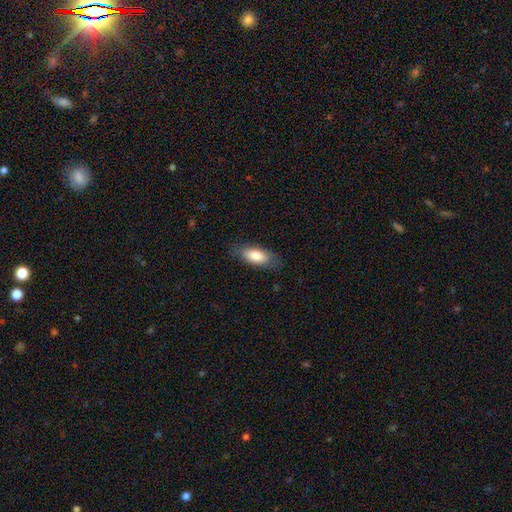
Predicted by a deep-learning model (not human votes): Smooth or featured? smooth (81%)
How rounded? in between (81%)
Merging? none (79%)